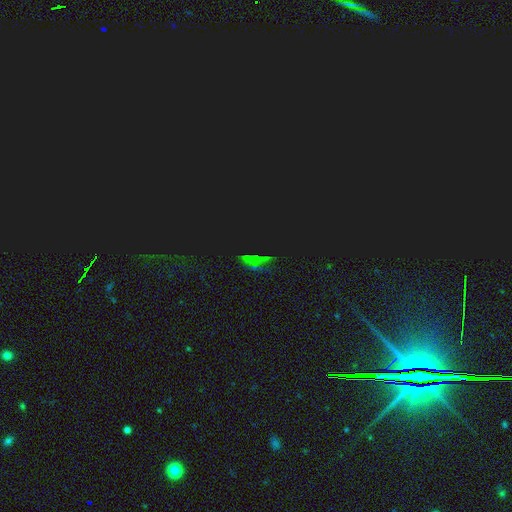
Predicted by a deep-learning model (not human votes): This appears to be a star or artifact, not a galaxy (77%).